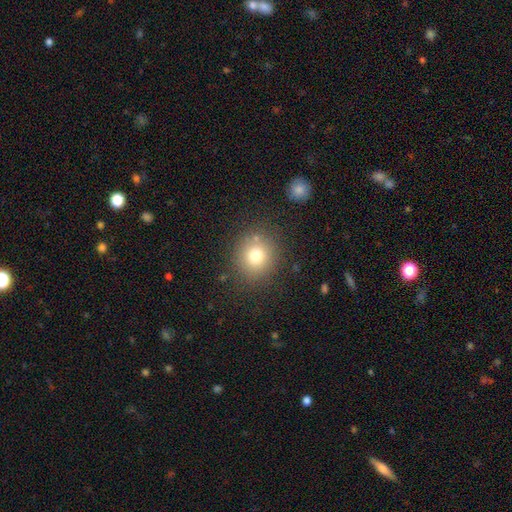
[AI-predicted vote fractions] Q: Smooth or featured?
A: smooth (76%); runner-up: star or artifact (14%)
Q: How rounded?
A: round (86%); runner-up: in between (13%)
Q: Merging?
A: none (83%); runner-up: minor disturbance (9%)